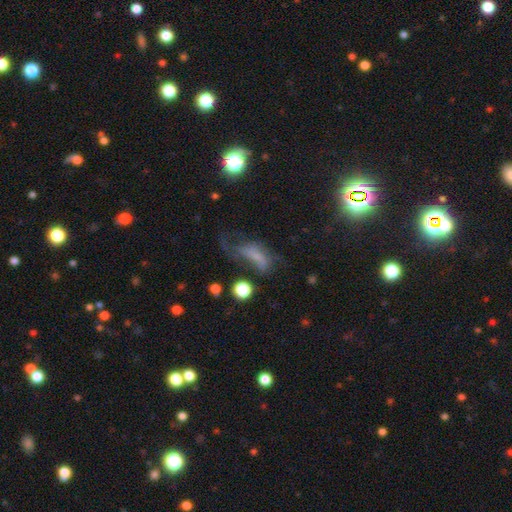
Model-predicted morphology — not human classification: smooth 44%, featured or disk 38%, star or artifact 19%. Down the decision tree: merging — major disturbance (47%).